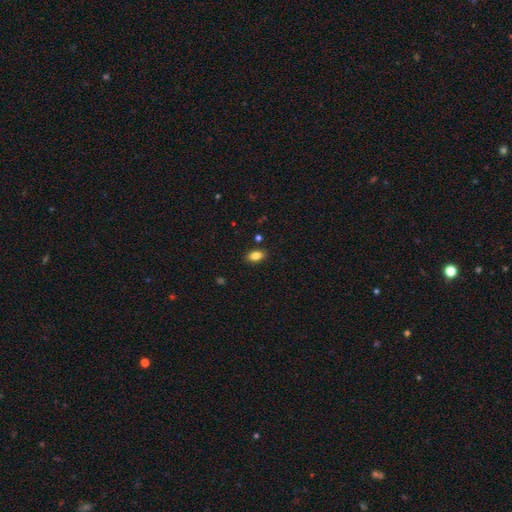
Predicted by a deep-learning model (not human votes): Overall: smooth (84%). How rounded: in between (89%). Merging: none (87%).